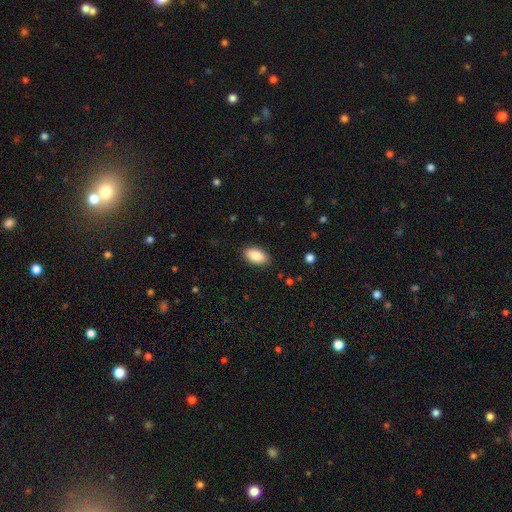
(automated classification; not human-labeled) This is clearly a smooth galaxy (88%). How rounded: clearly in between (94%). Merging: clearly none (88%).